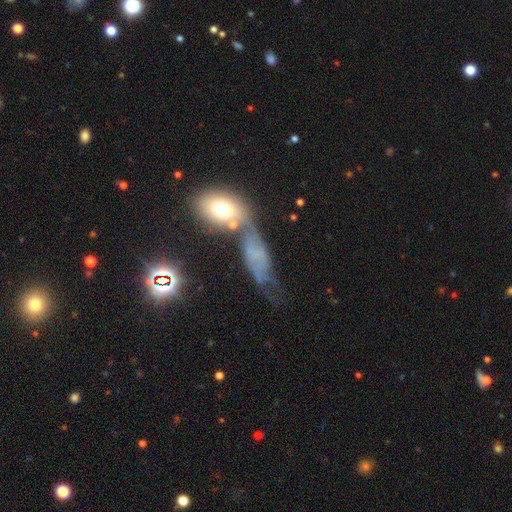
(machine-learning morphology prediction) Overall: featured or disk (49%; smooth 33%). Merging: none (33%; merger 24%).